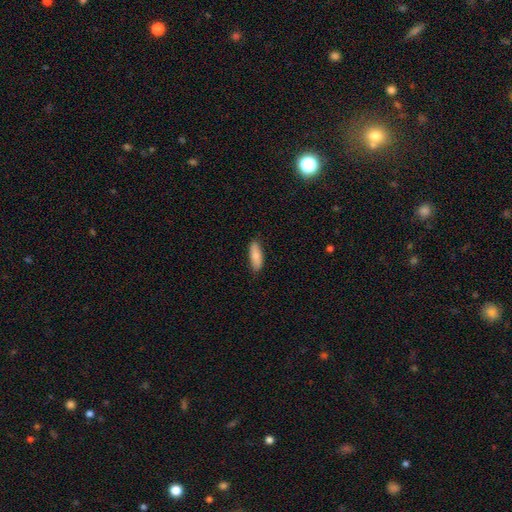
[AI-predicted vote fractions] This appears to be a smooth galaxy with no disk features (85%) that is in between round and cigar-shaped (60%). Merging: none (84%).